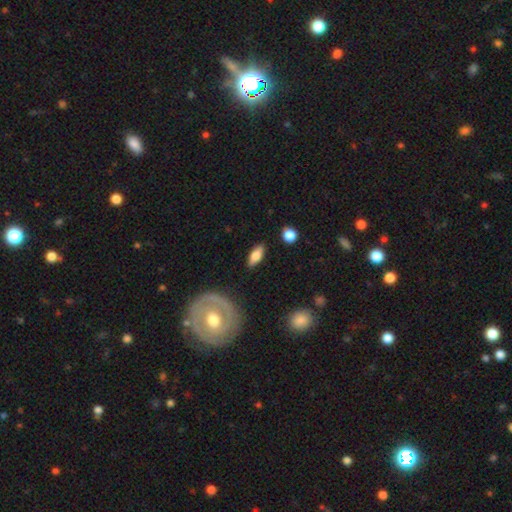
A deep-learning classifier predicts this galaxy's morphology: Q: Smooth or featured?
A: smooth (68%); runner-up: featured or disk (26%)
Q: How rounded?
A: in between (74%); runner-up: cigar-shaped (22%)
Q: Merging?
A: none (84%); runner-up: minor disturbance (11%)